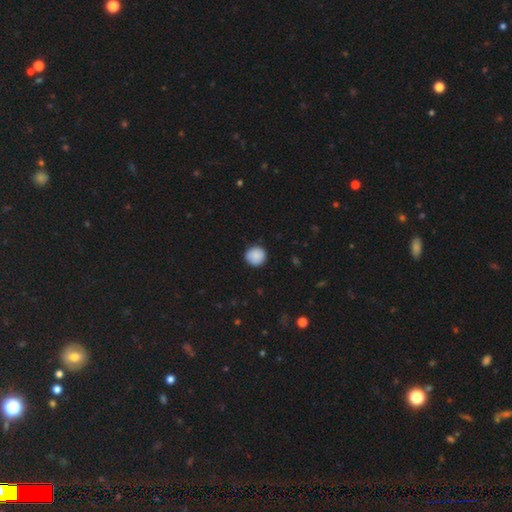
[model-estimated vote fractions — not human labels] The model was most divided on "merging": none: 89%, minor disturbance: 8%, major disturbance: 2%, merger: 1%. More confident: how rounded — round (93%); smooth or featured — smooth (88%).